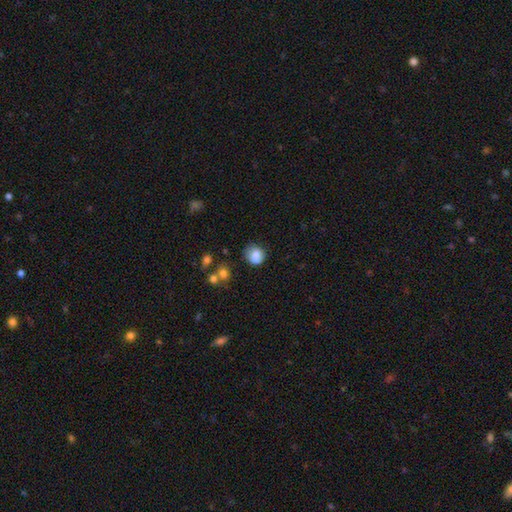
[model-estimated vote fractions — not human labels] Smooth or featured?
  - smooth: 80% *
  - featured or disk: 11%
  - star or artifact: 9%
How rounded?
  - round: 77% *
  - in between: 22%
  - cigar-shaped: 1%
Merging?
  - none: 67% *
  - minor disturbance: 22%
  - major disturbance: 6%
  - merger: 5%